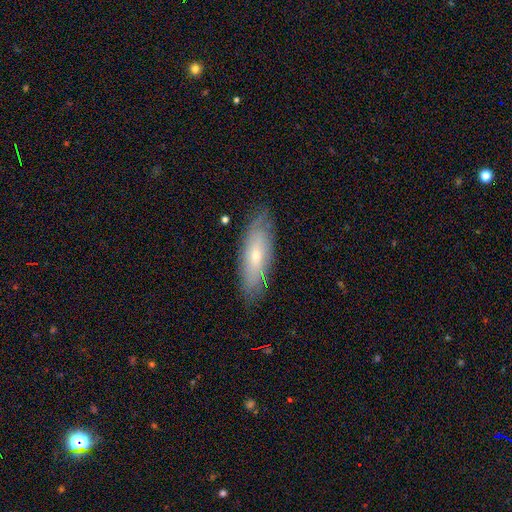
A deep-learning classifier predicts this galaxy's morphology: Smooth or featured? Predicted: smooth (p=0.47). Merging? Predicted: none (p=0.80).